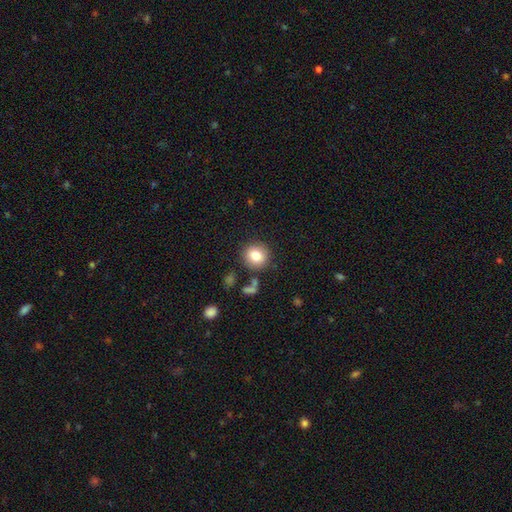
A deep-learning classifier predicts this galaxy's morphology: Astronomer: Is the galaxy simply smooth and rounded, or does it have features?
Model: smooth — 81%.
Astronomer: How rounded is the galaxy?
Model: round — 88%.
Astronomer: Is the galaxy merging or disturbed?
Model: none — 84%.